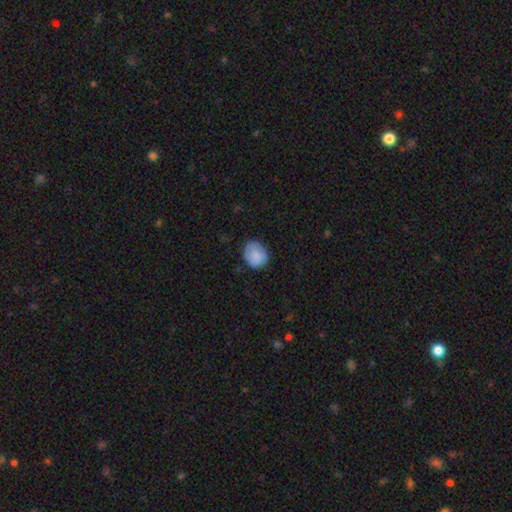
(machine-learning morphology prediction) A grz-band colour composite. It shows a smooth galaxy with no disk features (85%) that is round (67%). Merging: none (75%).